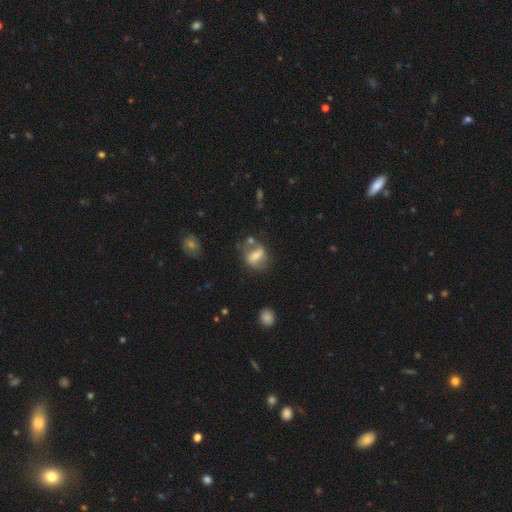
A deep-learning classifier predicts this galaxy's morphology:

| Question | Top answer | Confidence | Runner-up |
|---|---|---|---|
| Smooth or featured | featured or disk | 48% | smooth (43%) |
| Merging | none | 51% | minor disturbance (21%) |